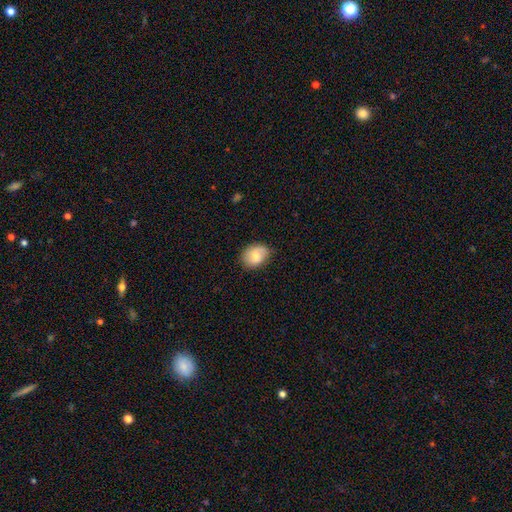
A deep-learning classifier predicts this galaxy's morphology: Smooth or featured? smooth (67%)
How rounded? in between (60%)
Merging? none (76%)